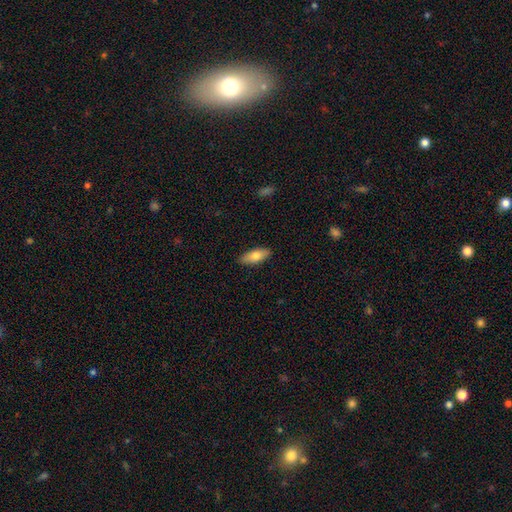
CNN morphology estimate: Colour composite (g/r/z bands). It shows a smooth galaxy with no disk features (76%) that is in between round and cigar-shaped (80%). Merging: none (89%).